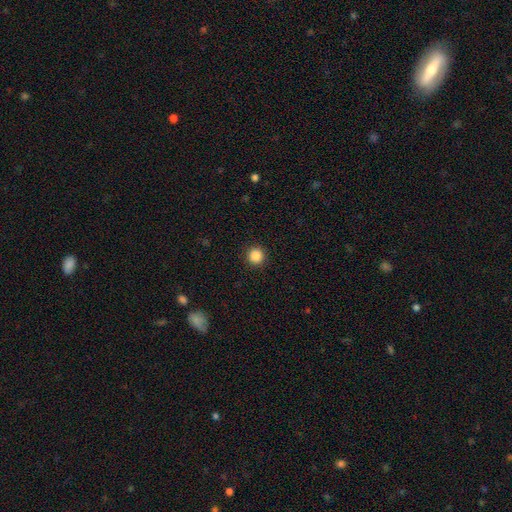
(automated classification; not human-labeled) Smooth or featured? smooth (87%)
How rounded? round (96%)
Merging? none (92%)